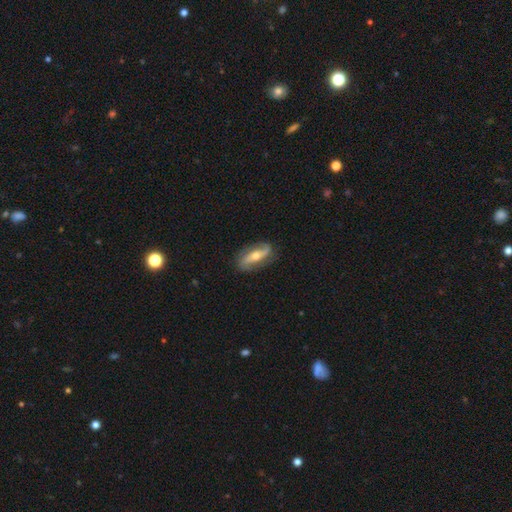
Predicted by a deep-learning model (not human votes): Morphology: type=featured or disk (76%); edge-on=no (85%); bar=strong (42%); spiral arms=yes (89%); winding=loose (54%); arm count=2 (87%); bulge=moderate (62%); merging=none (80%).